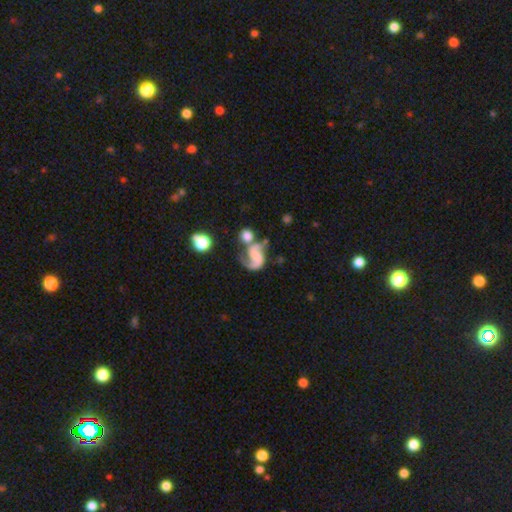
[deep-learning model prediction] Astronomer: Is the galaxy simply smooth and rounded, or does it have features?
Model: featured or disk — 80%.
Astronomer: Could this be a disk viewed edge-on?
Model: no — 98%.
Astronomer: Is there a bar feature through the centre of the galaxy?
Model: no — 52% (runner-up: weak, 34%).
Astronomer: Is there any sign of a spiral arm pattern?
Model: yes — 95%.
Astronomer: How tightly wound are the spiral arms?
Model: loose — 49% (runner-up: medium, 41%).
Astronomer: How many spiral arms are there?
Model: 2 — 82%.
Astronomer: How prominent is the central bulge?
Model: none — 55%.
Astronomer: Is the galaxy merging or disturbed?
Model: none — 34% (runner-up: merger, 31%).